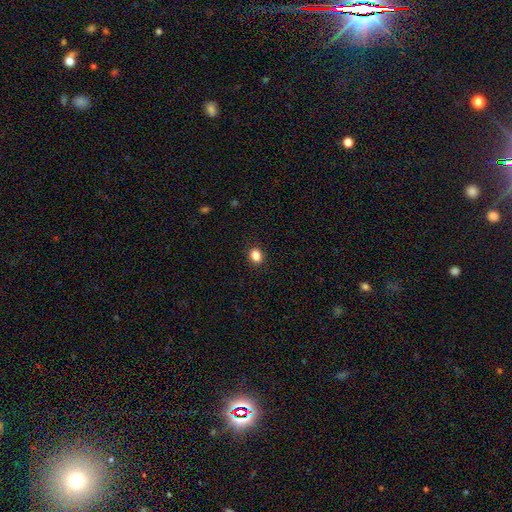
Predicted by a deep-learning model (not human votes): A smooth galaxy with no disk features (85%) that is round (57%).

Vote fractions:
- Smooth or featured? smooth: 85% / star or artifact: 11% / featured or disk: 4%
- How rounded? round: 57% / in between: 42% / cigar-shaped: 1%
- Merging? none: 90% / minor disturbance: 7% / major disturbance: 2% / merger: 1%